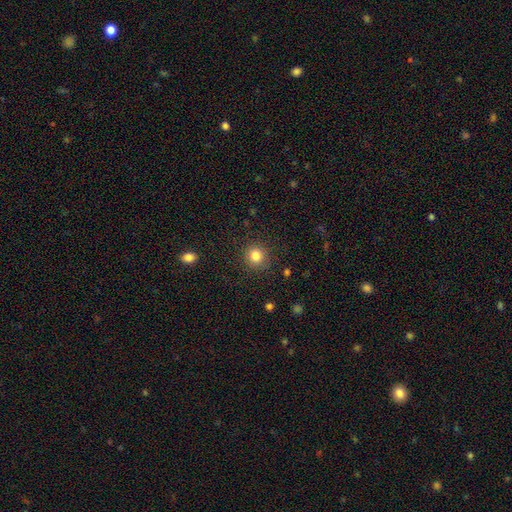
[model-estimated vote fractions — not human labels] This is clearly a smooth galaxy (83%). How rounded: clearly round (89%). Merging: clearly none (88%).